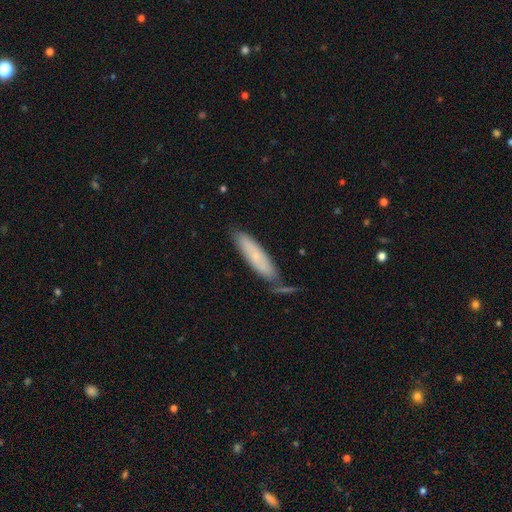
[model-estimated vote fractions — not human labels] smooth 68%, featured or disk 25%, star or artifact 6%. Down the decision tree: how rounded — cigar-shaped (71%); merging — none (58%).